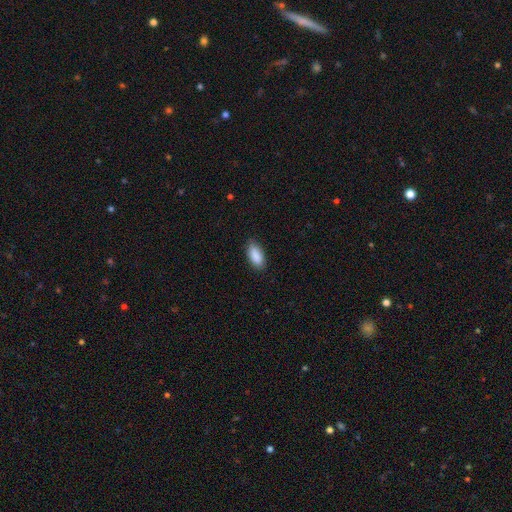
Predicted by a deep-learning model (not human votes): This appears to be a smooth galaxy with no disk features (90%) that is in between round and cigar-shaped (88%). Merging: none (84%).